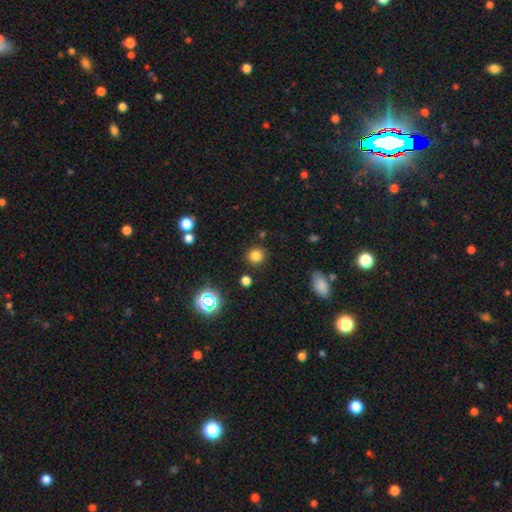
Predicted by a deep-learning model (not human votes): smooth 79%, star or artifact 16%, featured or disk 5%. Down the decision tree: how rounded — round (91%); merging — none (88%).